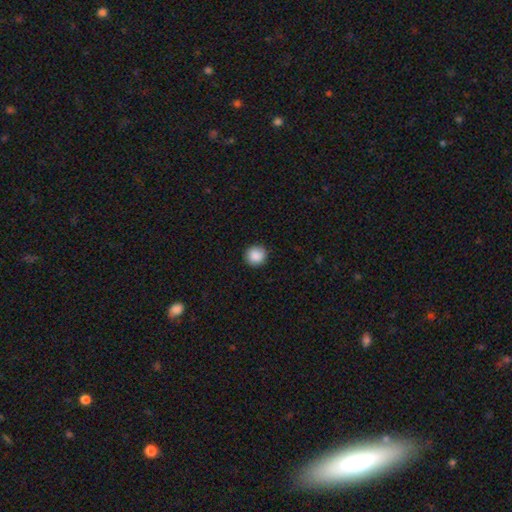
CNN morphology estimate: smooth_or_featured: smooth (p=0.89) [alt: star or artifact p=0.08]
how_rounded: round (p=0.94) [alt: in between p=0.05]
merging: none (p=0.92) [alt: minor disturbance p=0.05]